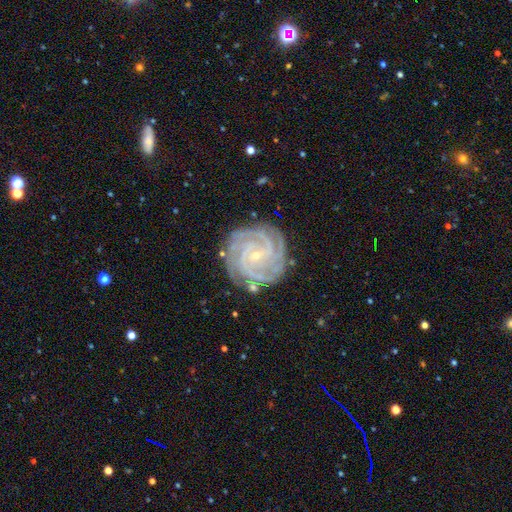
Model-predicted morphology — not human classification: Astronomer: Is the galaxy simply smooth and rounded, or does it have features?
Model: featured or disk — 91%.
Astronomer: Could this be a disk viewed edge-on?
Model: no — 98%.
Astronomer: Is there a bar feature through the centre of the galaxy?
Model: no — 57%.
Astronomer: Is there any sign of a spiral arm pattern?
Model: yes — 99%.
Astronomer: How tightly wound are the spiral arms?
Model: tight — 83%.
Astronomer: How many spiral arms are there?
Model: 4 — 36% (runner-up: 3, 23%).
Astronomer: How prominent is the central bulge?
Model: small — 86%.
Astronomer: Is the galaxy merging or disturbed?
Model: none — 82%.